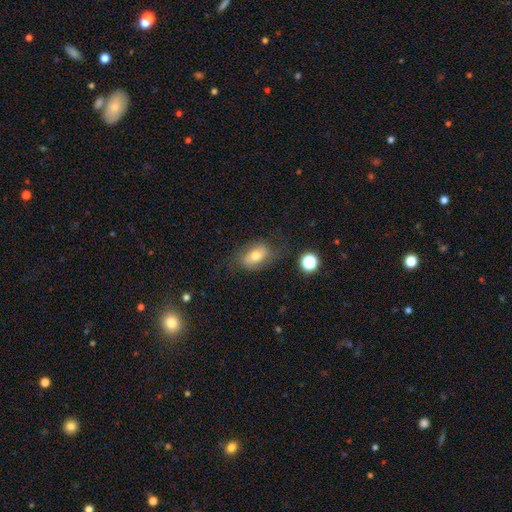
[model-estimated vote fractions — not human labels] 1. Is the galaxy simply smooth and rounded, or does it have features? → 63% smooth, 27% featured or disk, 10% star or artifact.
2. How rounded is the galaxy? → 84% in between, 13% round, 2% cigar-shaped.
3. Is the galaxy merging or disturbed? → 63% none, 22% minor disturbance, 13% major disturbance, 3% merger.